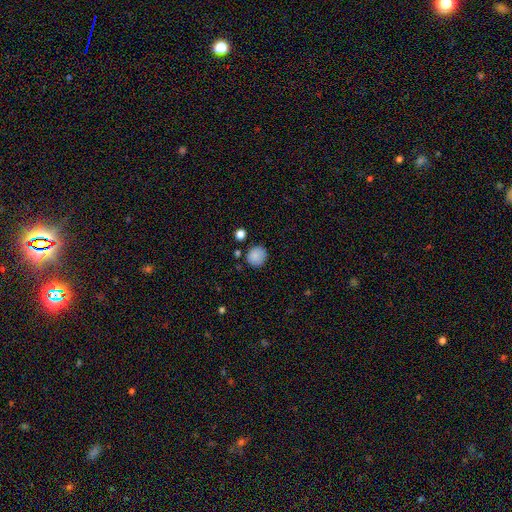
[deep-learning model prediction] smooth-or-featured: smooth: 86% | star or artifact: 9% | featured or disk: 4%
  how-rounded: round: 89% | in between: 10% | cigar-shaped: 1%
  merging: none: 80% | minor disturbance: 12% | merger: 5% | major disturbance: 3%